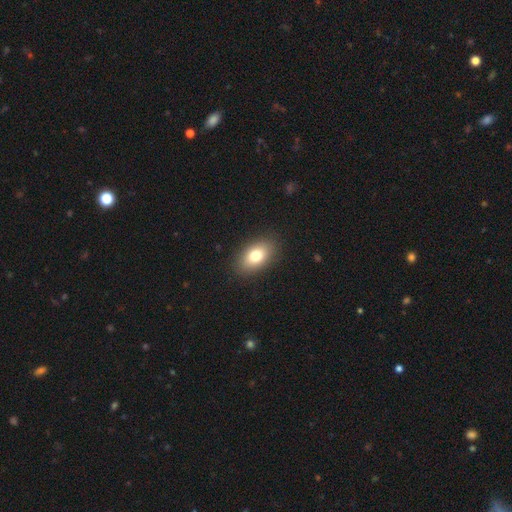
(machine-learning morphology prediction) A smooth galaxy with no disk features (78%) that is in between round and cigar-shaped (89%).

Vote fractions:
- Smooth or featured? smooth: 78% / featured or disk: 14% / star or artifact: 9%
- How rounded? in between: 89% / round: 9% / cigar-shaped: 2%
- Merging? none: 88% / minor disturbance: 8% / major disturbance: 3% / merger: 1%